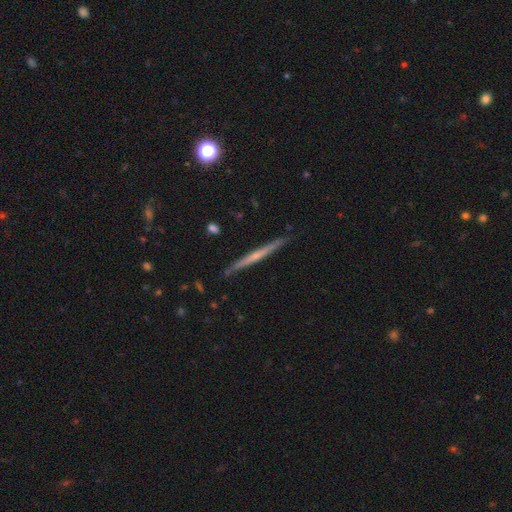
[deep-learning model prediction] Overall: featured or disk (63%; smooth 31%). Edge-on disk: yes (97%). Edge-on bulge: none (64%; rounded 31%). Merging: none (90%).